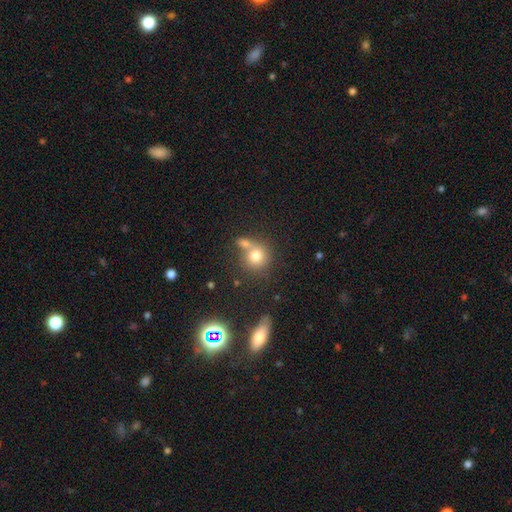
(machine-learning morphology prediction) Smooth or featured: smooth — 76% (featured or disk — 13%)
How rounded: round — 85% (in between — 14%)
Merging: none — 48% (merger — 36%)